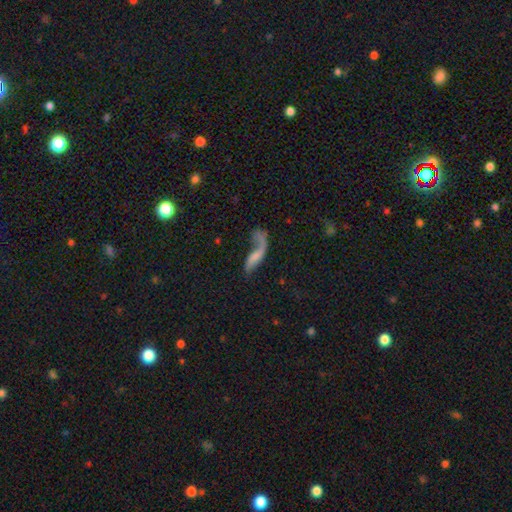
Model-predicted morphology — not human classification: smooth-or-featured: featured or disk: 53% | smooth: 38% | star or artifact: 9%
  disk-edge-on: no: 87% | yes: 13%
  merging: major disturbance: 39% | none: 31% | minor disturbance: 18% | merger: 12%